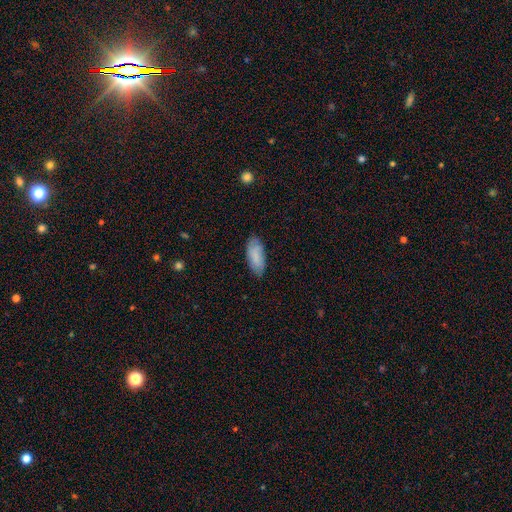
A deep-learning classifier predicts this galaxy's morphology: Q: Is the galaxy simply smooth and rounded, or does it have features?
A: smooth — 82%.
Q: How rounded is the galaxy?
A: in between — 85%.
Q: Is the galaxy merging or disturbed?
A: none — 79%.